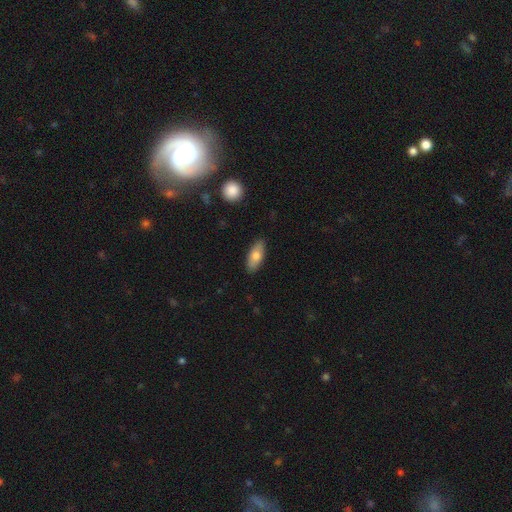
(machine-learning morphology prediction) smooth_or_featured: smooth (p=0.73) [alt: featured or disk p=0.21]
how_rounded: in between (p=0.81) [alt: cigar-shaped p=0.16]
merging: none (p=0.86) [alt: minor disturbance p=0.11]